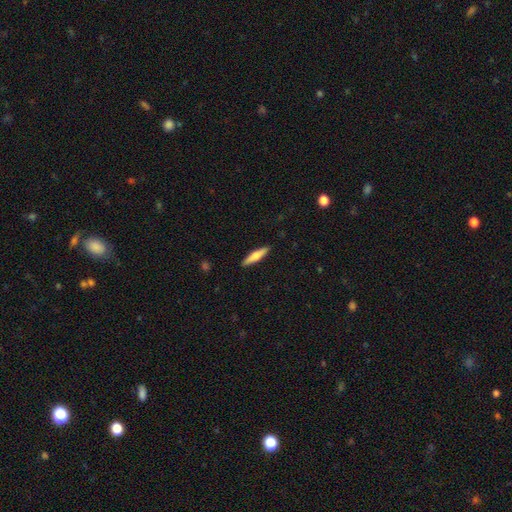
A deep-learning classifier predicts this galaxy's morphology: Smooth or featured? smooth (59%)
How rounded? cigar-shaped (84%)
Merging? none (91%)